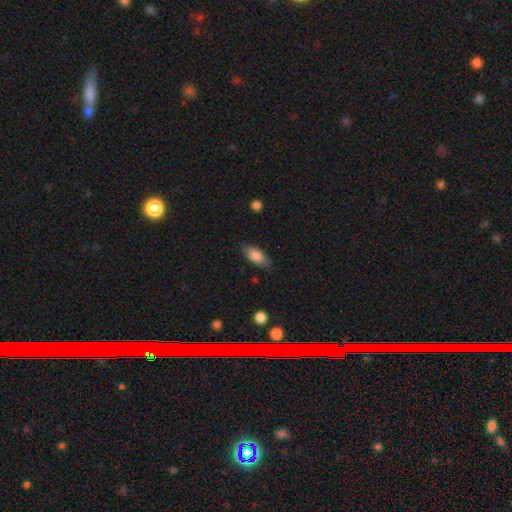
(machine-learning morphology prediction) A smooth galaxy with no disk features (81%) that is in between round and cigar-shaped (84%).

Vote fractions:
- Smooth or featured? smooth: 81% / featured or disk: 13% / star or artifact: 6%
- How rounded? in between: 84% / cigar-shaped: 13% / round: 3%
- Merging? none: 82% / minor disturbance: 14% / major disturbance: 3% / merger: 1%